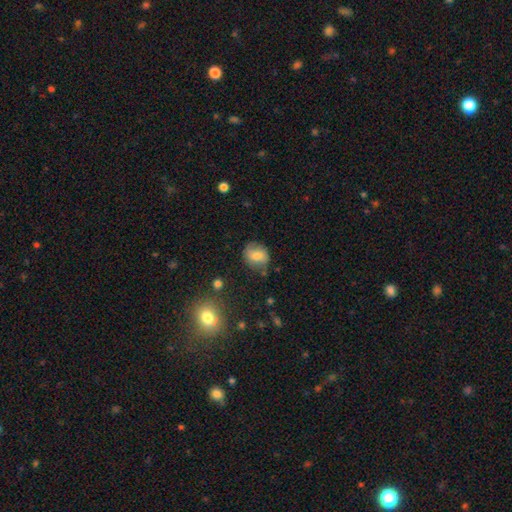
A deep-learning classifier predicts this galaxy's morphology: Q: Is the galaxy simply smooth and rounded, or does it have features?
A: smooth — 65%.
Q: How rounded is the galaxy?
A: round — 66%.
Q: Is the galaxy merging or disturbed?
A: none — 72%.